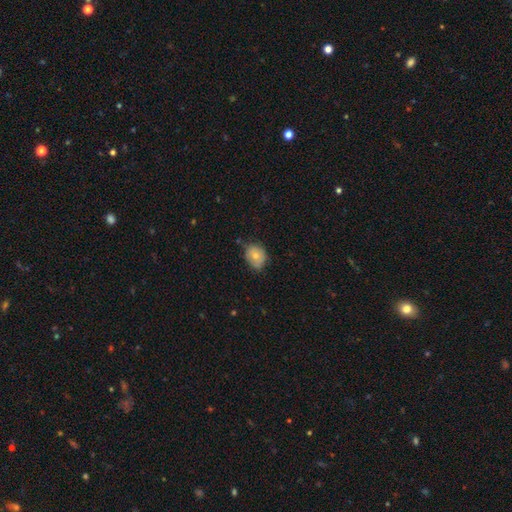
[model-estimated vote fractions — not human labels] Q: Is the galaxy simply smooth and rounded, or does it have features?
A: smooth — 72%.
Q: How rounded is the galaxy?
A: round — 54%.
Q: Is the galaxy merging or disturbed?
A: none — 58%.